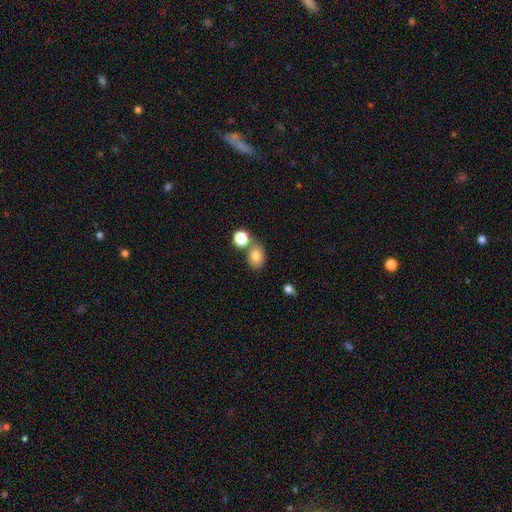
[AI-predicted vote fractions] Overall: smooth (80%). How rounded: in between (58%; round 40%). Merging: none (62%; merger 23%).